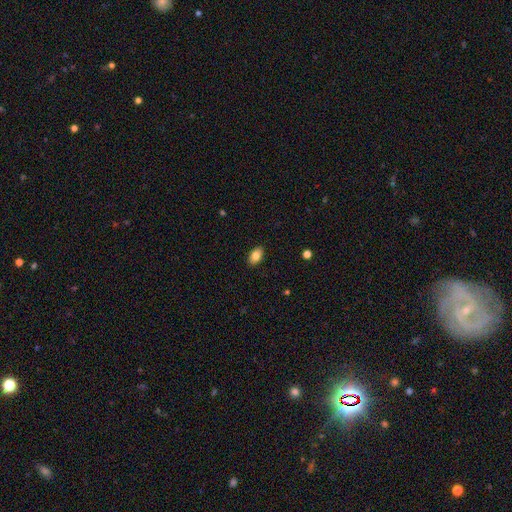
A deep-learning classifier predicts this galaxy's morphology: Smooth or featured: smooth — 84% (featured or disk — 9%)
How rounded: in between — 91% (round — 7%)
Merging: none — 89% (minor disturbance — 8%)